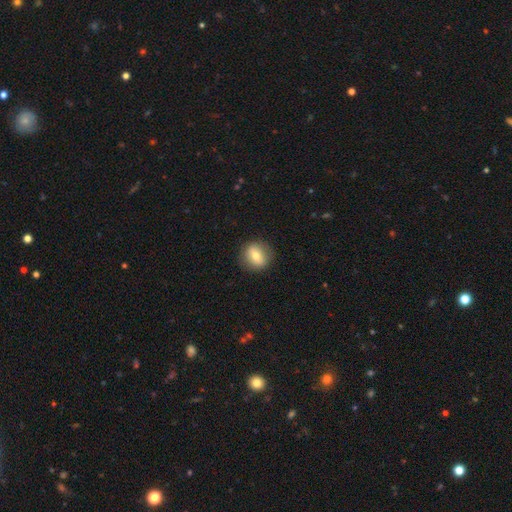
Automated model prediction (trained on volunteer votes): Morphology: type=smooth (67%); roundness=round (76%); merging=none (86%).